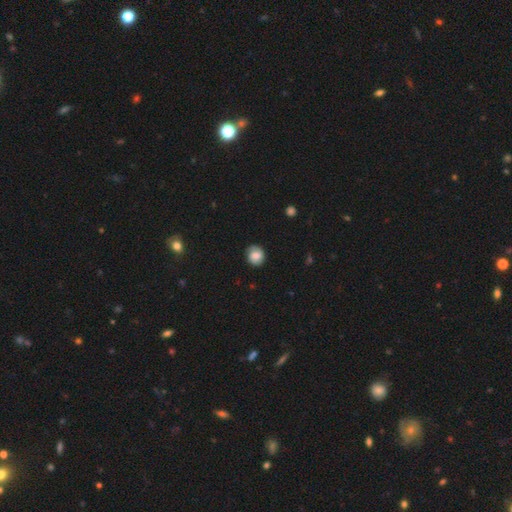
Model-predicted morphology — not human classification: type=smooth (73%); roundness=round (80%); merging=none (76%).